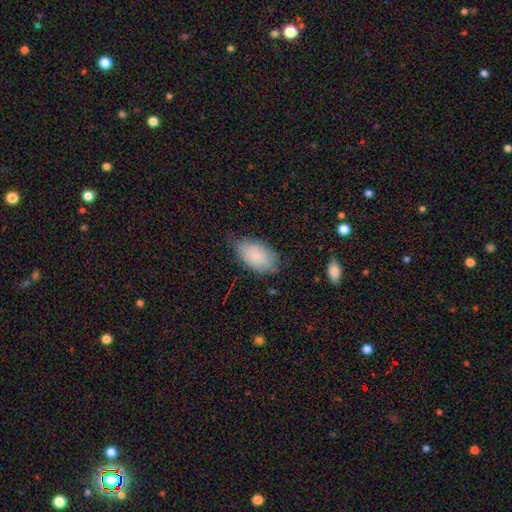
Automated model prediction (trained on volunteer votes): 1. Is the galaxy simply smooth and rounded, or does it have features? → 80% smooth, 14% featured or disk, 7% star or artifact.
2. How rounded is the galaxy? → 93% in between, 5% round, 2% cigar-shaped.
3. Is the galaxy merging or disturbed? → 63% none, 29% minor disturbance, 6% major disturbance, 2% merger.